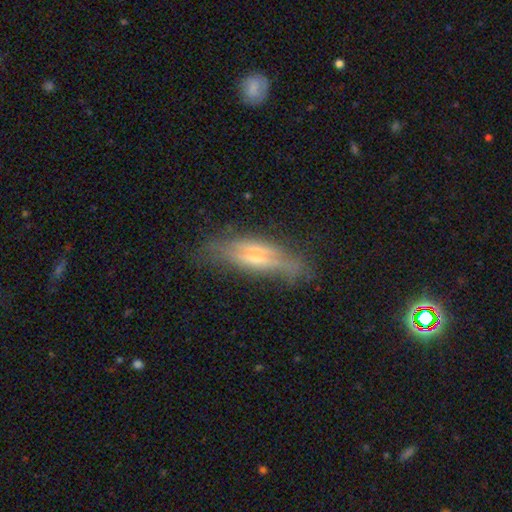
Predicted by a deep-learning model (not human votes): Smooth or featured? featured or disk (62%)
Edge-on disk? yes (81%)
Edge-on bulge? rounded (75%)
Merging? none (69%)